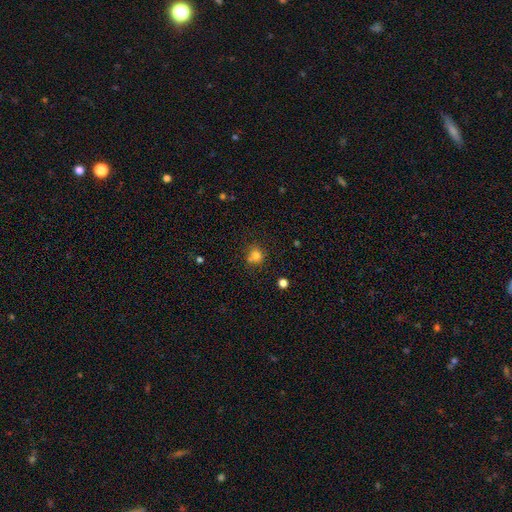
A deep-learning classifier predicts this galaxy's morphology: A smooth galaxy with no disk features (79%) that is round (79%).

Vote fractions:
- Smooth or featured? smooth: 79% / star or artifact: 13% / featured or disk: 8%
- How rounded? round: 79% / in between: 20% / cigar-shaped: 1%
- Merging? none: 65% / minor disturbance: 19% / merger: 10% / major disturbance: 6%